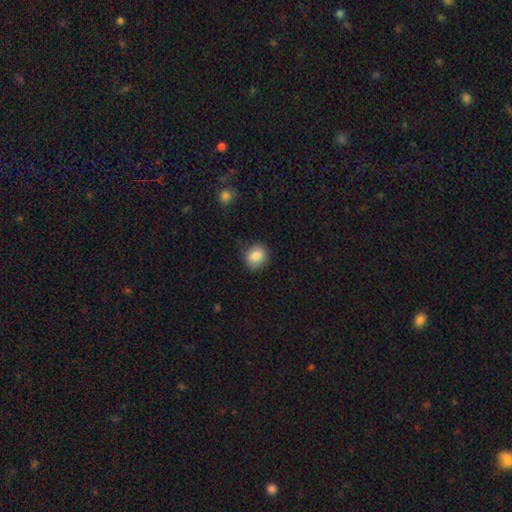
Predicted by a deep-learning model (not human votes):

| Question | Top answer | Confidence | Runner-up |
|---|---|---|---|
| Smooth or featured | smooth | 86% | star or artifact (8%) |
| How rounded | round | 66% | in between (33%) |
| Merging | none | 83% | minor disturbance (13%) |